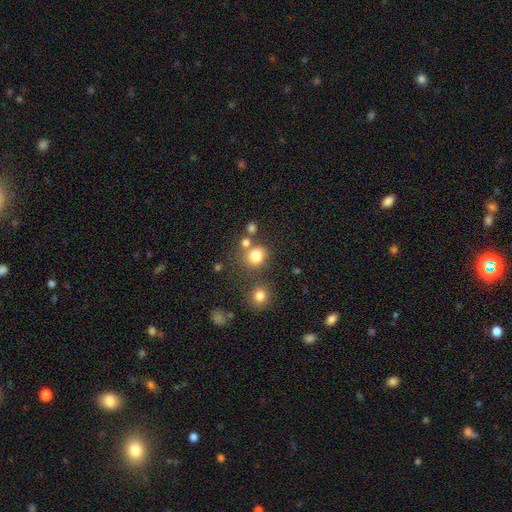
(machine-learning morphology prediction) This appears to be a smooth galaxy with no disk features (78%) that is round (79%). Merging: none (63%).